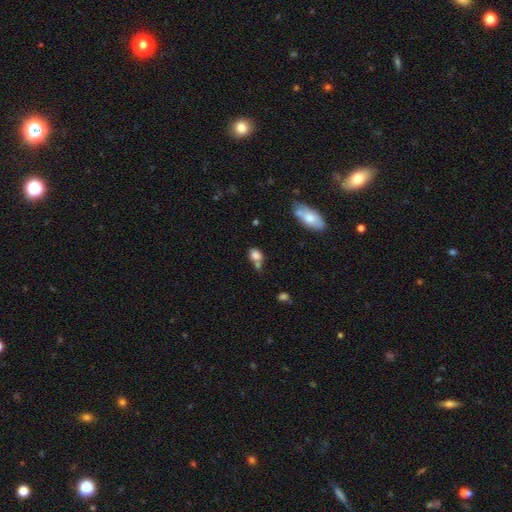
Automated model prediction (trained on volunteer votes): Smooth or featured: smooth — 80% (star or artifact — 11%)
How rounded: in between — 66% (round — 32%)
Merging: none — 40% (merger — 37%)